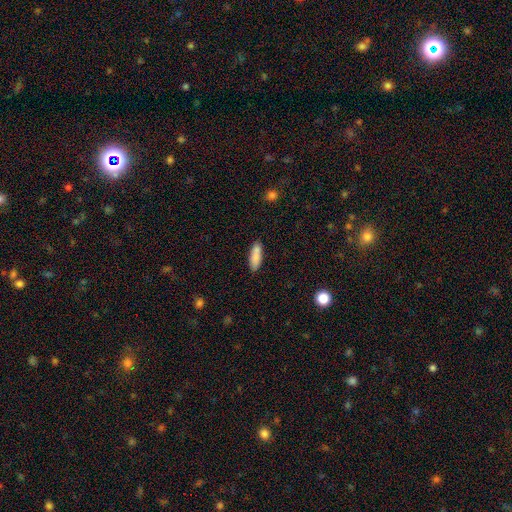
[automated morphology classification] Smooth or featured?
  - smooth: 85% *
  - featured or disk: 8%
  - star or artifact: 7%
How rounded?
  - in between: 56% *
  - cigar-shaped: 42%
  - round: 2%
Merging?
  - none: 79% *
  - minor disturbance: 13%
  - merger: 6%
  - major disturbance: 3%